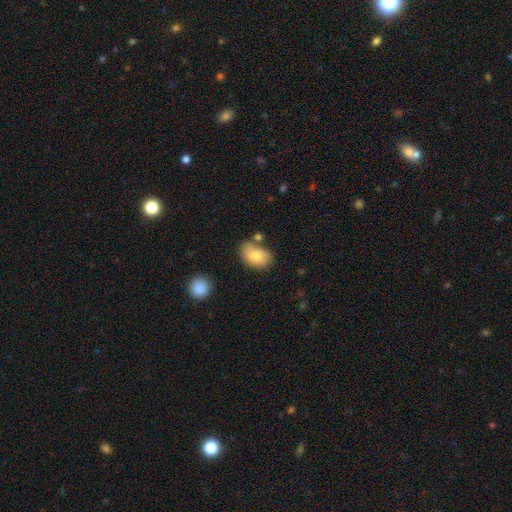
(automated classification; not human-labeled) Smooth or featured?
  - smooth: 81% *
  - featured or disk: 11%
  - star or artifact: 7%
How rounded?
  - in between: 85% *
  - round: 14%
  - cigar-shaped: 1%
Merging?
  - none: 59% *
  - minor disturbance: 22%
  - merger: 12%
  - major disturbance: 6%